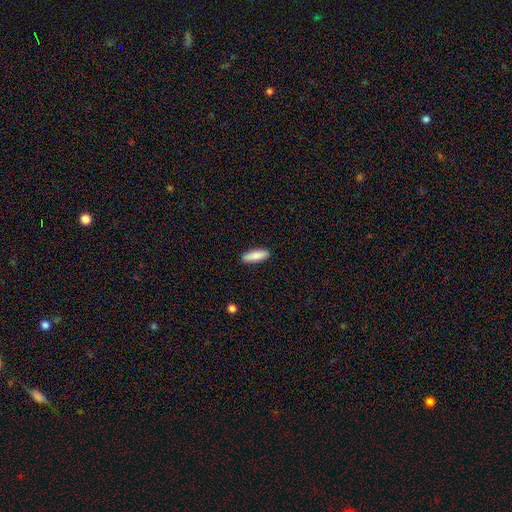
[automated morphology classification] Smooth or featured? smooth (86%)
How rounded? in between (49%, tied with cigar-shaped)
Merging? none (90%)